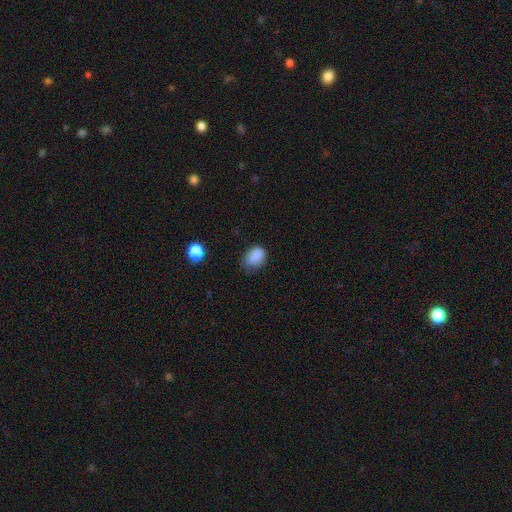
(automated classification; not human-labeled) smooth_or_featured: smooth (p=0.85) [alt: star or artifact p=0.10]
how_rounded: in between (p=0.68) [alt: round p=0.31]
merging: none (p=0.59) [alt: minor disturbance p=0.32]